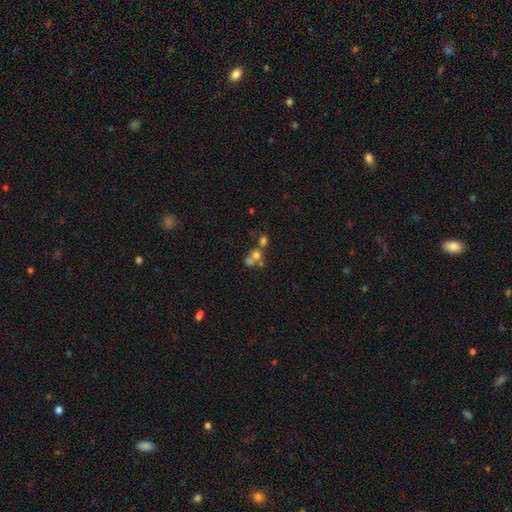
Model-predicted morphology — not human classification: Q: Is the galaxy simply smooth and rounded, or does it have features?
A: smooth — 58%.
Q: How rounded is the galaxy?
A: round — 77%.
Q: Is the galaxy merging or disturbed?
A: merger — 57%.